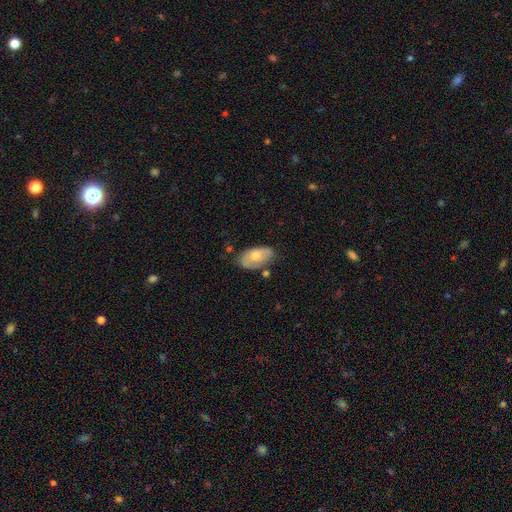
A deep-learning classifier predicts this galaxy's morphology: A smooth galaxy with no disk features (61%) that is in between round and cigar-shaped (93%). Merging: none (71%).